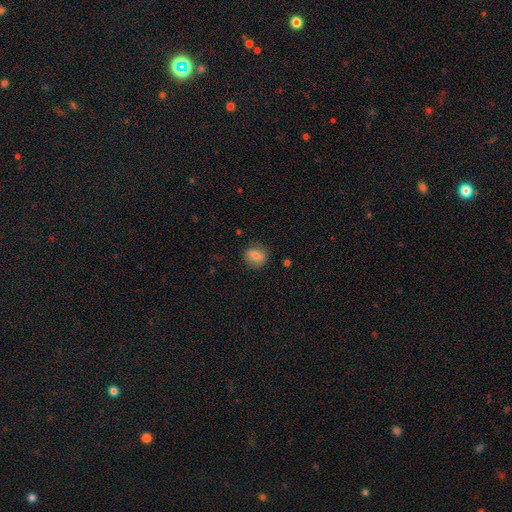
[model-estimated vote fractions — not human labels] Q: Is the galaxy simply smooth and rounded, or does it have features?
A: smooth — 76%.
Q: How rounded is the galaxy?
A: round — 68%.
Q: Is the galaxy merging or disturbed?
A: none — 81%.